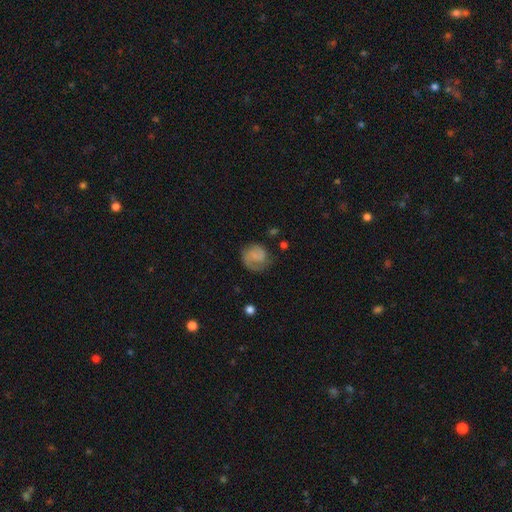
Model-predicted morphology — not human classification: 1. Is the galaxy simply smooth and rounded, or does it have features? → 46% featured or disk (tied), 46% smooth (tied), 8% star or artifact.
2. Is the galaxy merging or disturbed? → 60% none, 21% minor disturbance, 17% major disturbance, 2% merger.